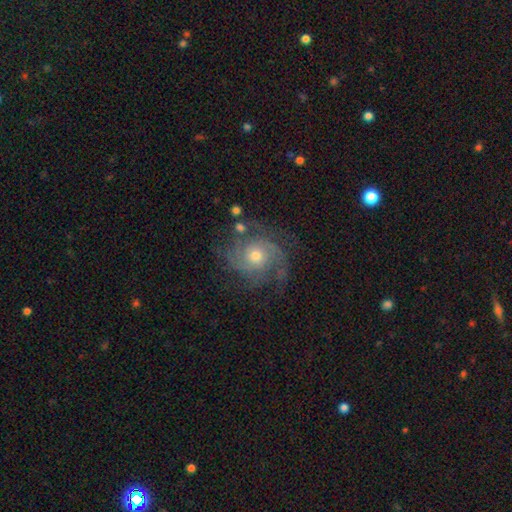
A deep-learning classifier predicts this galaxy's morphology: The model was most divided on "spiral arm count": 3: 33%, 2: 25%, can't tell: 20%, 4: 11%, 1: 6%, more than 4: 6%. More confident: edge-on disk — no (98%); spiral arms — yes (95%); smooth or featured — featured or disk (84%); bar — no (79%); merging — none (70%); bulge size — moderate (57%); spiral winding — tight (51%).